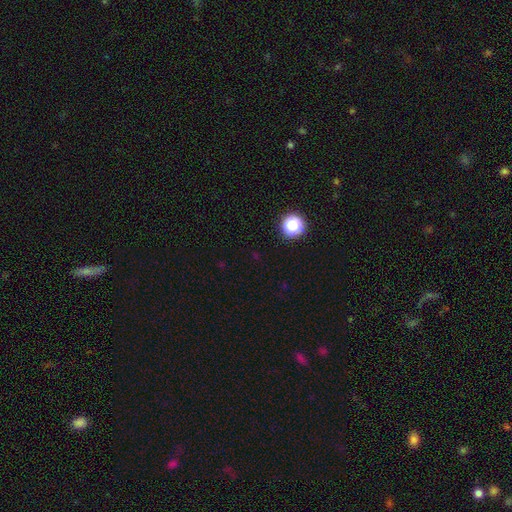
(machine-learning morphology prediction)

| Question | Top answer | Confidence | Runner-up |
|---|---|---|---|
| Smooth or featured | star or artifact | 58% | smooth (36%) |